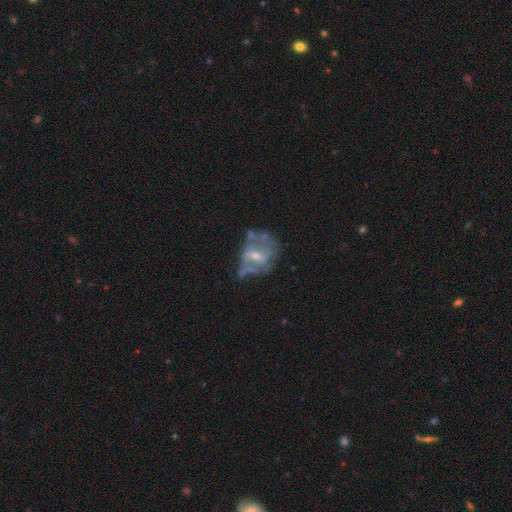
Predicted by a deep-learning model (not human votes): A featured or disk galaxy (69%) with no bar (45%), no spiral arms (55%) and a small central bulge (48%). Merging: none (36%).